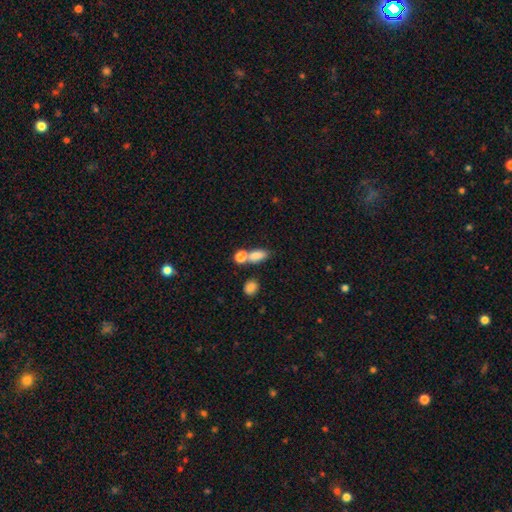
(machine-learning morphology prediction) Smooth or featured? Predicted: smooth (p=0.81). How rounded? Predicted: in between (p=0.80). Merging? Predicted: merger (p=0.43).